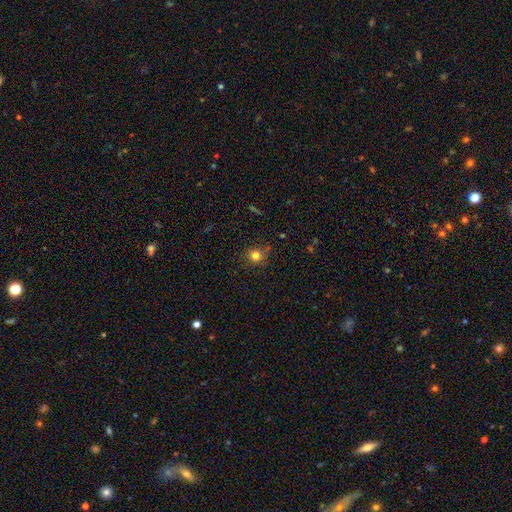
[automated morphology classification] smooth-or-featured: smooth: 80% | star or artifact: 14% | featured or disk: 7%
  how-rounded: round: 84% | in between: 15% | cigar-shaped: 1%
  merging: none: 78% | minor disturbance: 16% | major disturbance: 4% | merger: 2%